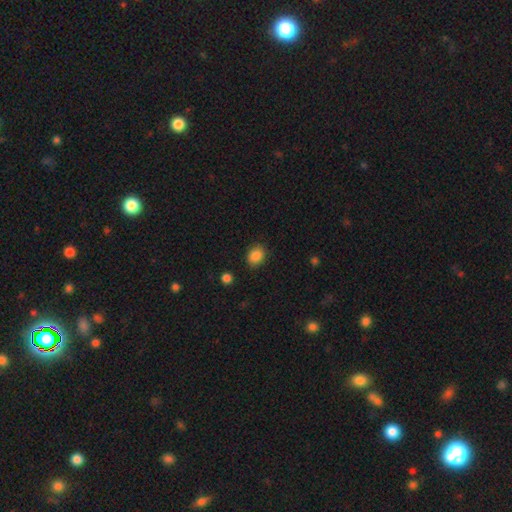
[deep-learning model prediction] Smooth or featured?
  - smooth: 87% *
  - star or artifact: 9%
  - featured or disk: 4%
How rounded?
  - in between: 52% *
  - round: 47%
  - cigar-shaped: 1%
Merging?
  - none: 86% *
  - minor disturbance: 10%
  - major disturbance: 3%
  - merger: 1%